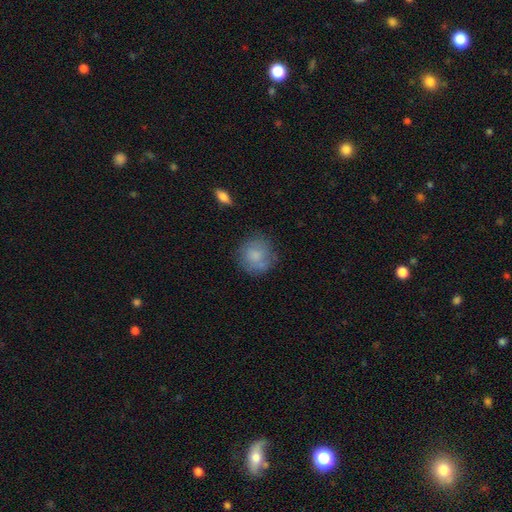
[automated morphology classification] A smooth galaxy with no disk features (75%) that is round (91%).

Vote fractions:
- Smooth or featured? smooth: 75% / featured or disk: 17% / star or artifact: 8%
- How rounded? round: 91% / in between: 8% / cigar-shaped: 1%
- Merging? none: 74% / minor disturbance: 18% / major disturbance: 6% / merger: 2%